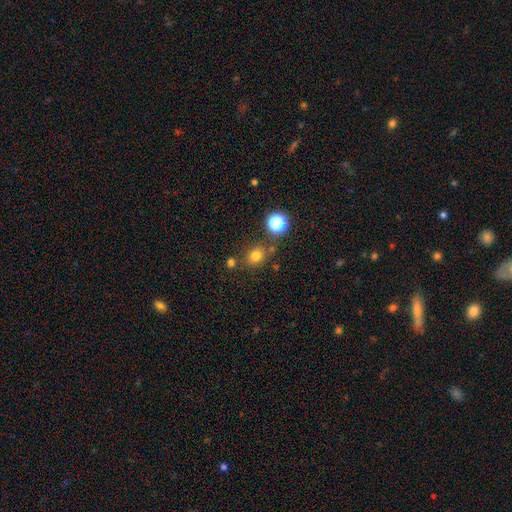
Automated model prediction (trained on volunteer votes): smooth 75%, star or artifact 18%, featured or disk 7%. Down the decision tree: how rounded — round (66%); merging — none (74%).